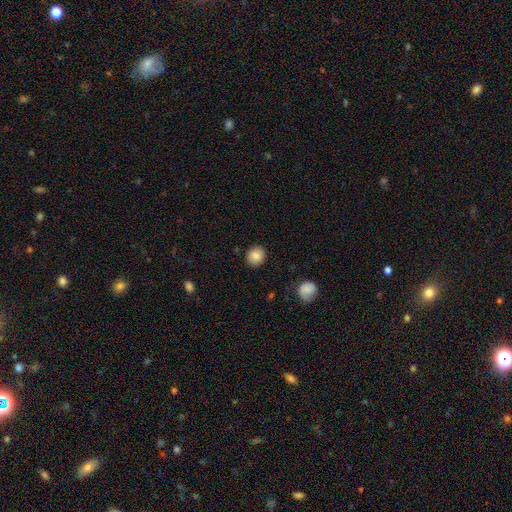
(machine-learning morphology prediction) This appears to be a smooth galaxy with no disk features (86%) that is round (83%). Merging: none (90%).